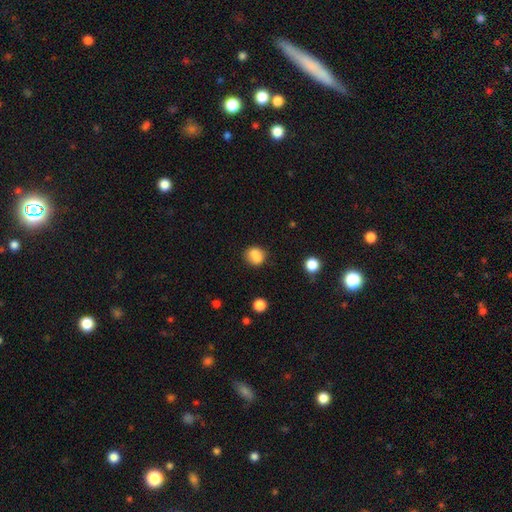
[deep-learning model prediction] This appears to be a smooth galaxy with no disk features (77%) that is round (70%). Merging: none (49%).